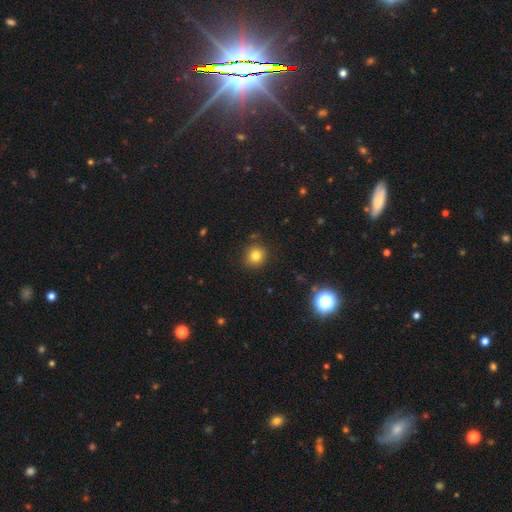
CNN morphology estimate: Smooth or featured? Predicted: smooth (p=0.80). How rounded? Predicted: round (p=0.87). Merging? Predicted: none (p=0.88).